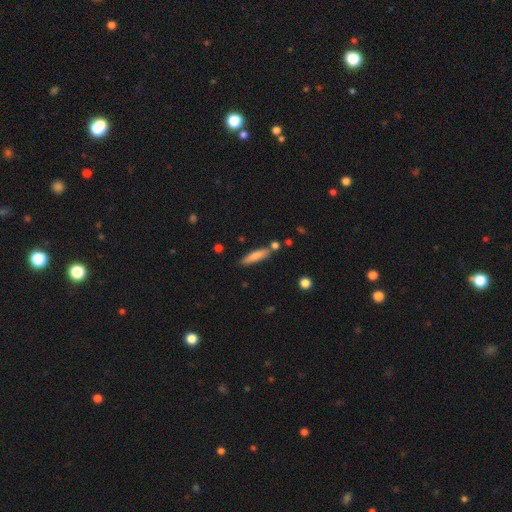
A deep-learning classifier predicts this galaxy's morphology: A smooth galaxy with no disk features (77%) that is cigar-shaped (83%).

Vote fractions:
- Smooth or featured? smooth: 77% / featured or disk: 17% / star or artifact: 6%
- How rounded? cigar-shaped: 83% / in between: 16% / round: 2%
- Merging? none: 77% / minor disturbance: 12% / merger: 8% / major disturbance: 3%